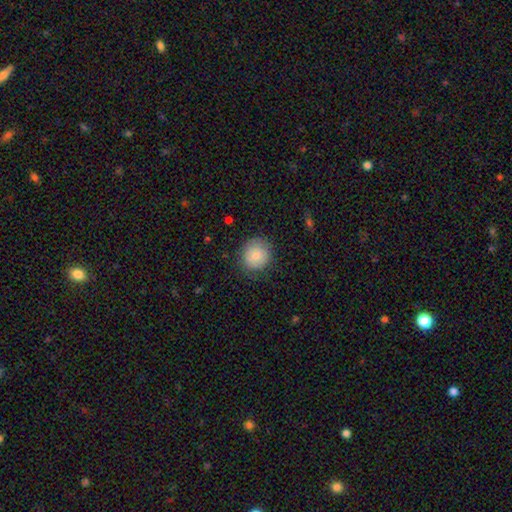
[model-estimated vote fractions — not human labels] smooth_or_featured: smooth (p=0.79) [alt: featured or disk p=0.13]
how_rounded: round (p=0.88) [alt: in between p=0.11]
merging: none (p=0.80) [alt: minor disturbance p=0.15]